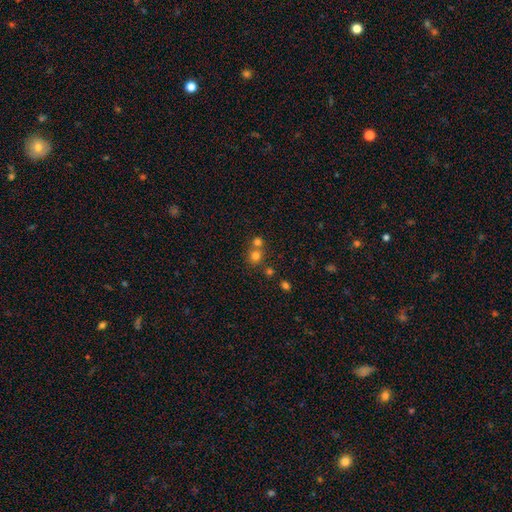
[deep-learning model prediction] A smooth galaxy with no disk features (74%) that is round (87%).

Vote fractions:
- Smooth or featured? smooth: 74% / star or artifact: 17% / featured or disk: 9%
- How rounded? round: 87% / in between: 13% / cigar-shaped: 1%
- Merging? none: 53% / merger: 38% / minor disturbance: 6% / major disturbance: 2%